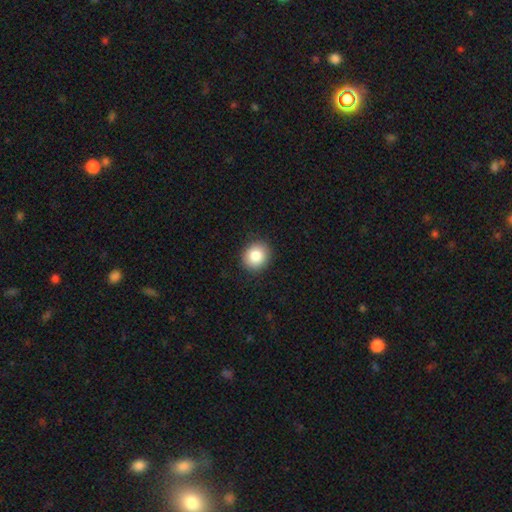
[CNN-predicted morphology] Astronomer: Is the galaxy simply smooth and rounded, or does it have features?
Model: smooth — 86%.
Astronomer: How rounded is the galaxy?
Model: round — 78%.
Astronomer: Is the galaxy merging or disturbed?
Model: none — 90%.